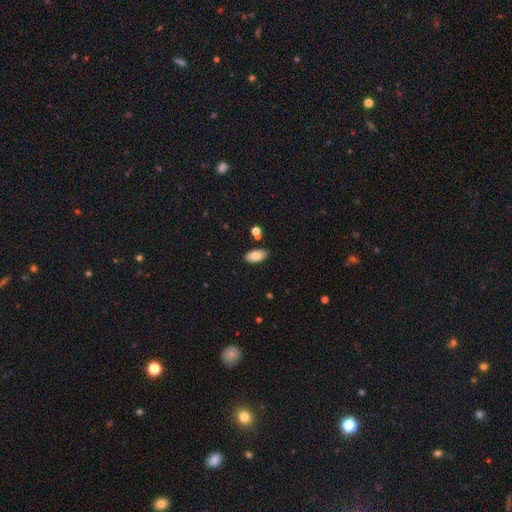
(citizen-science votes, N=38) A smooth galaxy with no disk features (84%) that is in between round and cigar-shaped (97%). Merging: none (79%).